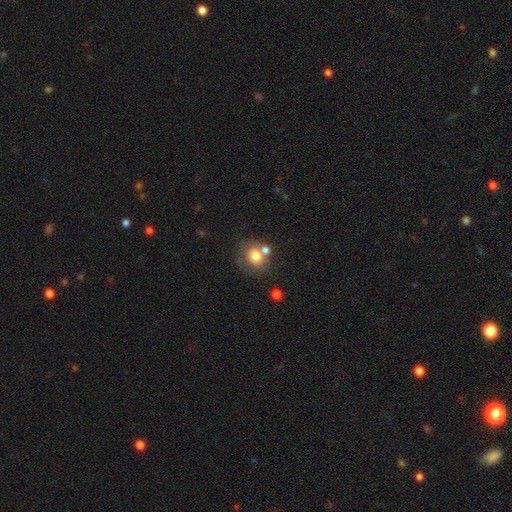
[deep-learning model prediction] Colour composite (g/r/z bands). It shows a smooth galaxy with no disk features (74%) that is round (70%). Merging: none (50%).